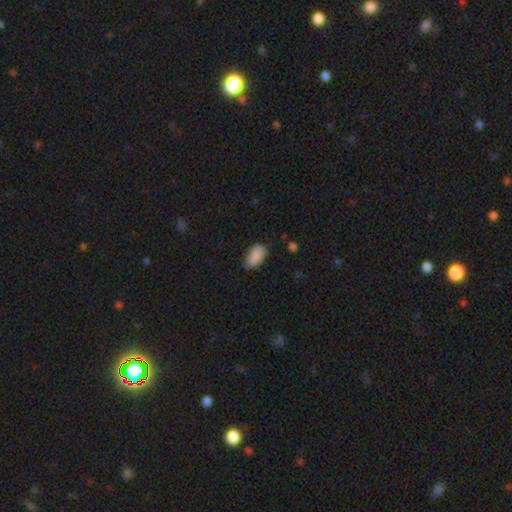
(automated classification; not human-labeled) smooth-or-featured: smooth: 88% | star or artifact: 7% | featured or disk: 4%
  how-rounded: in between: 93% | round: 4% | cigar-shaped: 3%
  merging: none: 75% | minor disturbance: 20% | major disturbance: 4% | merger: 1%